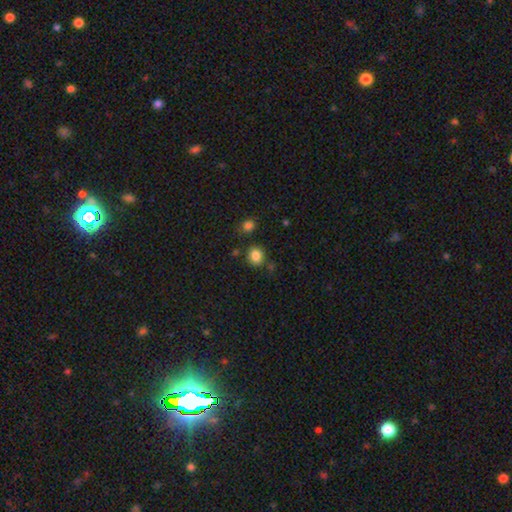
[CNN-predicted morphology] The model was most divided on "how rounded": round: 79%, in between: 20%, cigar-shaped: 1%. More confident: smooth or featured — smooth (84%); merging — none (81%).